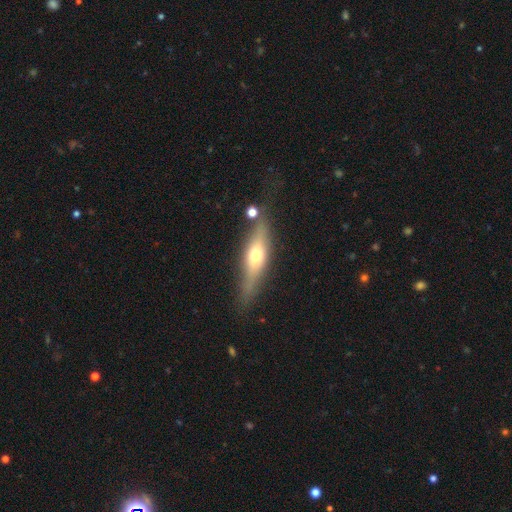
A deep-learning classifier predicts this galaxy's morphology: type=featured or disk (54%); edge-on=yes (87%); merging=none (75%).